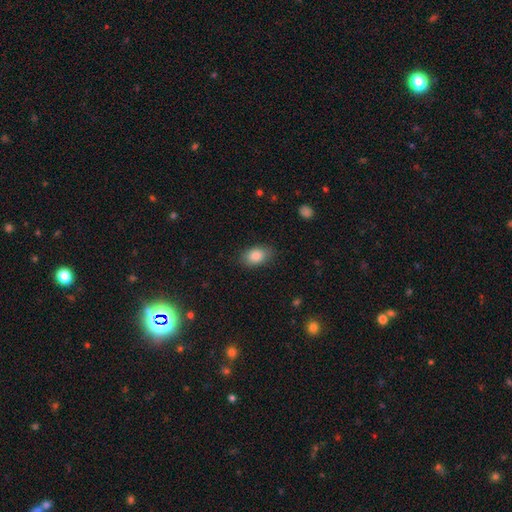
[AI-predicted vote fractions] A smooth galaxy with no disk features (87%) that is in between round and cigar-shaped (86%). Merging: none (83%).